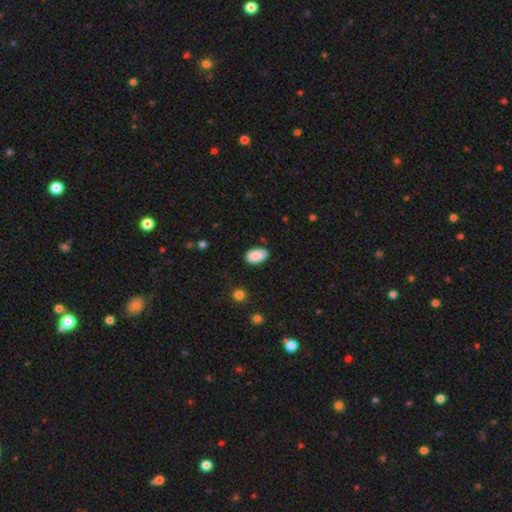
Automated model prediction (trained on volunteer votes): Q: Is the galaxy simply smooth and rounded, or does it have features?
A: smooth — 89%.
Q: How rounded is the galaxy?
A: in between — 94%.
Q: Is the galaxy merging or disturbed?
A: none — 78%.